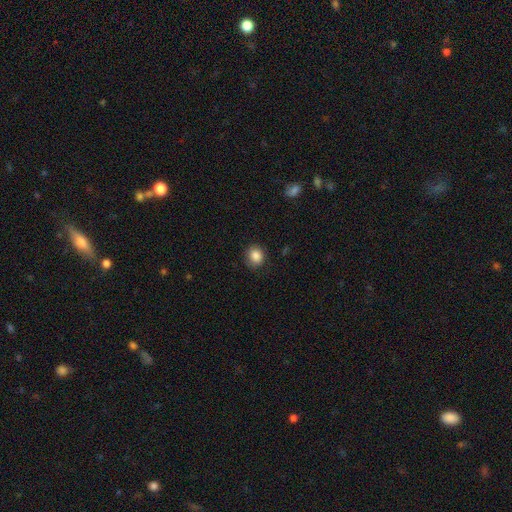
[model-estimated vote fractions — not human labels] smooth-or-featured: smooth: 86% | star or artifact: 9% | featured or disk: 4%
  how-rounded: round: 76% | in between: 23% | cigar-shaped: 1%
  merging: none: 85% | minor disturbance: 11% | major disturbance: 3% | merger: 1%